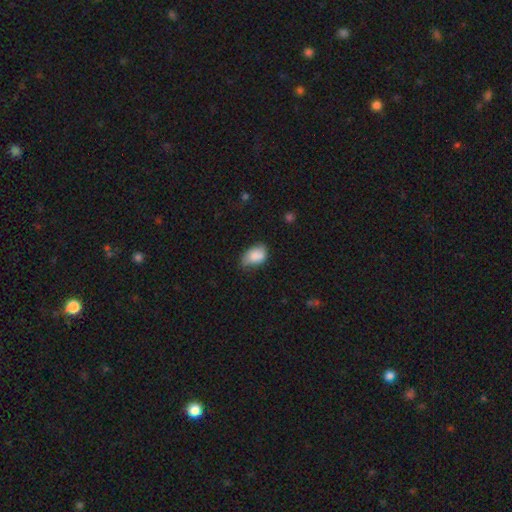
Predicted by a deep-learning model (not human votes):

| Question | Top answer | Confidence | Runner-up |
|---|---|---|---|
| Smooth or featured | smooth | 84% | featured or disk (8%) |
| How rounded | in between | 88% | round (11%) |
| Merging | none | 51% | minor disturbance (38%) |